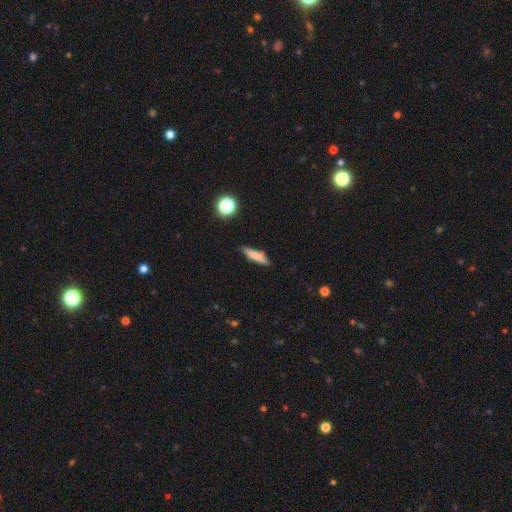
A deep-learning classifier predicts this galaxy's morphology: The model was most divided on "smooth or featured": smooth: 72%, featured or disk: 19%, star or artifact: 9%. More confident: how rounded — cigar-shaped (80%); merging — none (80%).